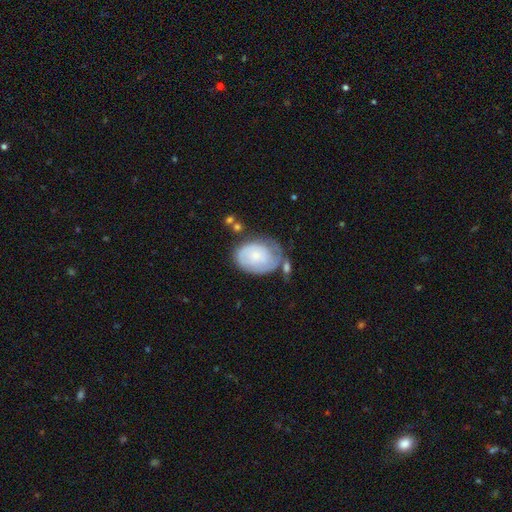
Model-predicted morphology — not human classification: smooth 52%, featured or disk 41%, star or artifact 7%. Down the decision tree: how rounded — in between (76%); merging — none (42%).